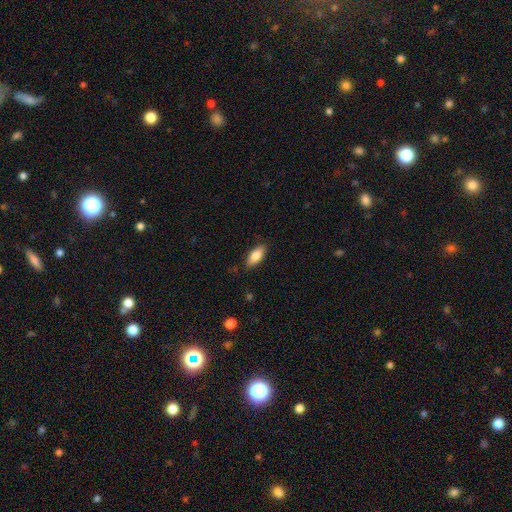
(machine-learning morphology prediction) The model was most divided on "smooth or featured": smooth: 81%, featured or disk: 12%, star or artifact: 6%. More confident: merging — none (86%); how rounded — in between (84%).